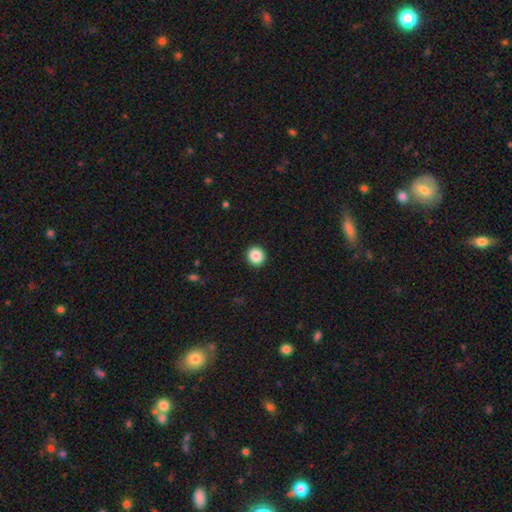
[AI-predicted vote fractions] Overall: smooth (87%). How rounded: round (94%). Merging: none (93%).